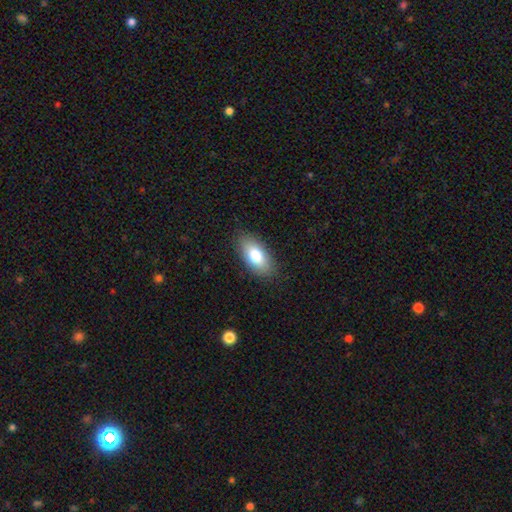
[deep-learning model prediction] Smooth or featured: smooth — 80% (featured or disk — 14%)
How rounded: in between — 91% (cigar-shaped — 6%)
Merging: none — 86% (minor disturbance — 10%)